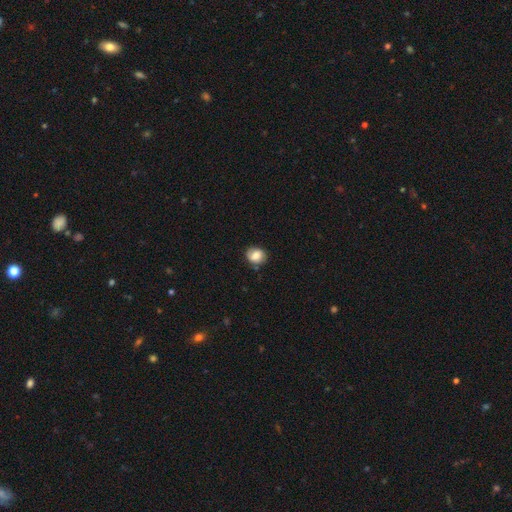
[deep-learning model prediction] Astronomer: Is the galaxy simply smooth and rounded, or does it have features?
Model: smooth — 71%.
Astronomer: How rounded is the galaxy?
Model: round — 64%.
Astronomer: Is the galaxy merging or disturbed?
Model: none — 76%.